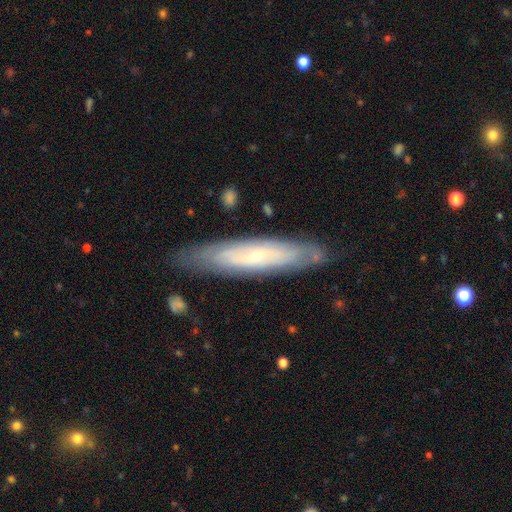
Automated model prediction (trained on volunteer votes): featured or disk 60%, smooth 34%, star or artifact 6%. Down the decision tree: edge-on disk — yes (51%); merging — none (82%).